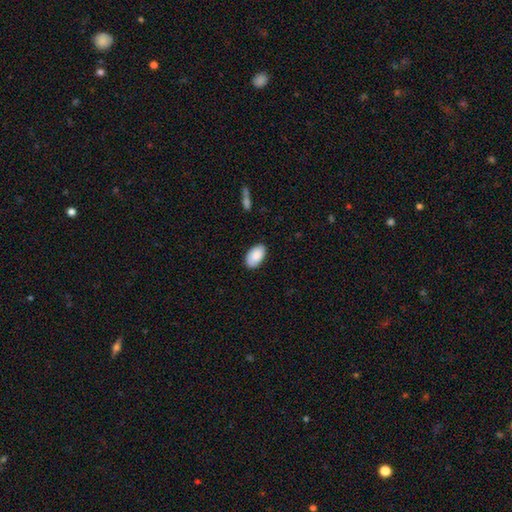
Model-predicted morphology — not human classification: Smooth or featured?
  - smooth: 89% *
  - star or artifact: 6%
  - featured or disk: 6%
How rounded?
  - in between: 95% *
  - round: 4%
  - cigar-shaped: 1%
Merging?
  - none: 86% *
  - minor disturbance: 11%
  - major disturbance: 2%
  - merger: 1%